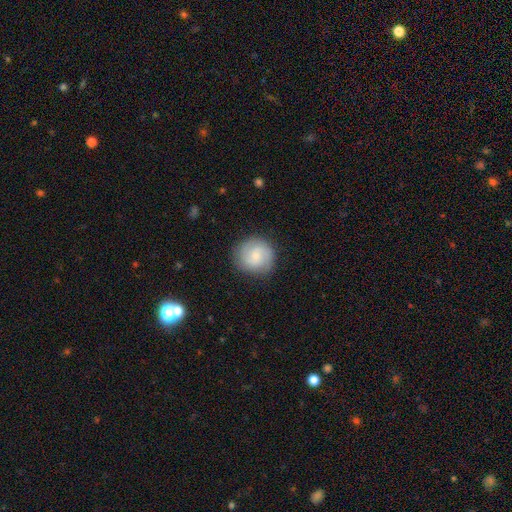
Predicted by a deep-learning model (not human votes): The model was most divided on "smooth or featured": smooth: 48%, featured or disk: 45%, star or artifact: 7%. More confident: merging — none (85%).